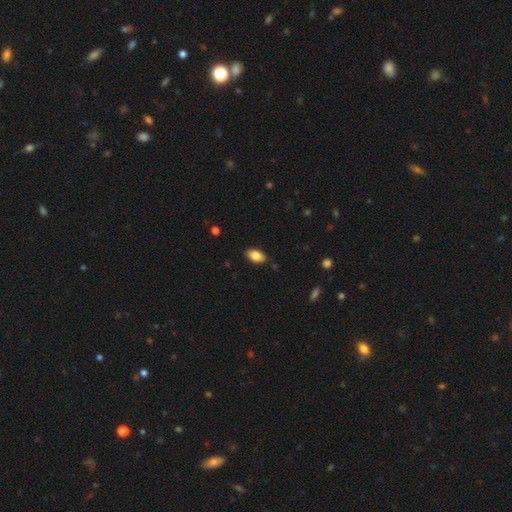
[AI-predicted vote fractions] Morphology: type=smooth (83%); roundness=in between (92%); merging=none (87%).